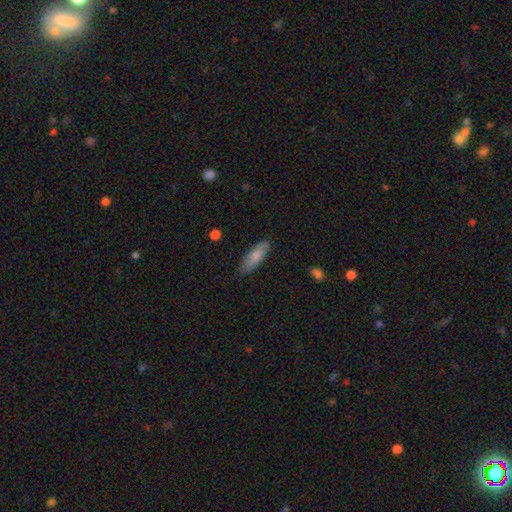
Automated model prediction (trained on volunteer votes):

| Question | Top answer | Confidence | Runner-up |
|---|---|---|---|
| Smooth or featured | smooth | 78% | featured or disk (17%) |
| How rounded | in between | 53% | cigar-shaped (45%) |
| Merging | none | 80% | minor disturbance (15%) |